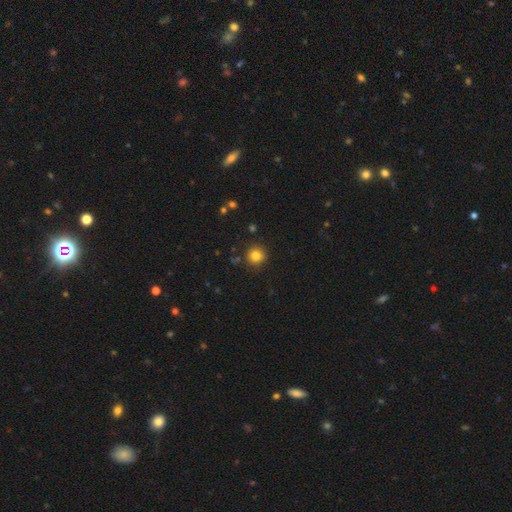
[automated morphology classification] A smooth galaxy with no disk features (82%) that is round (92%).

Vote fractions:
- Smooth or featured? smooth: 82% / star or artifact: 12% / featured or disk: 6%
- How rounded? round: 92% / in between: 7% / cigar-shaped: 1%
- Merging? none: 88% / minor disturbance: 8% / major disturbance: 2% / merger: 2%